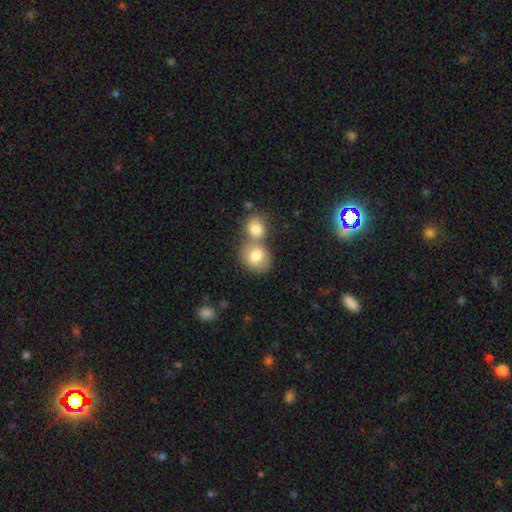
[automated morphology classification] type=smooth (78%); roundness=round (67%); merging=merger (53%).